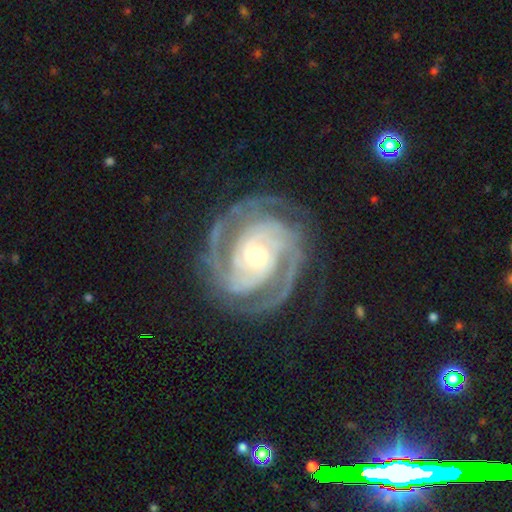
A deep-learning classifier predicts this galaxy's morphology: Smooth or featured?
  - featured or disk: 93% *
  - star or artifact: 4%
  - smooth: 3%
Edge-on disk?
  - no: 98% *
  - yes: 2%
Bar?
  - no: 60% *
  - weak: 25%
  - strong: 15%
Spiral arms?
  - yes: 99% *
  - no: 1%
Spiral winding?
  - tight: 69% *
  - medium: 28%
  - loose: 3%
Spiral arm count?
  - 3: 37% *
  - 2: 34%
  - 4: 9%
  - can't tell: 9%
  - more than 4: 6%
  - 1: 5%
Bulge size?
  - moderate: 51% *
  - small: 43%
  - large: 4%
  - none: 1%
  - dominant: 1%
Merging?
  - none: 79% *
  - minor disturbance: 14%
  - major disturbance: 6%
  - merger: 1%